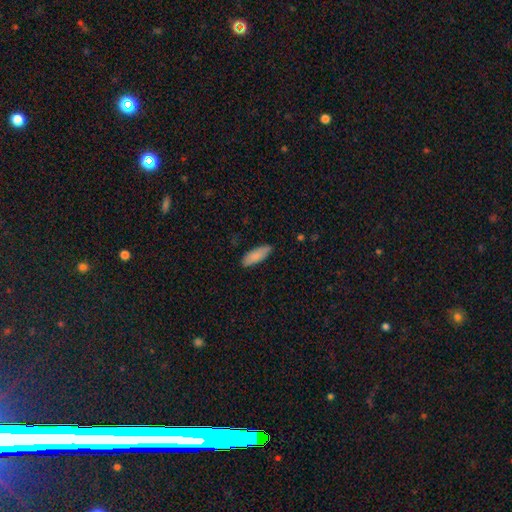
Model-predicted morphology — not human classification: smooth-or-featured: smooth: 87% | featured or disk: 8% | star or artifact: 6%
  how-rounded: in between: 66% | cigar-shaped: 32% | round: 2%
  merging: none: 81% | minor disturbance: 16% | major disturbance: 2% | merger: 1%